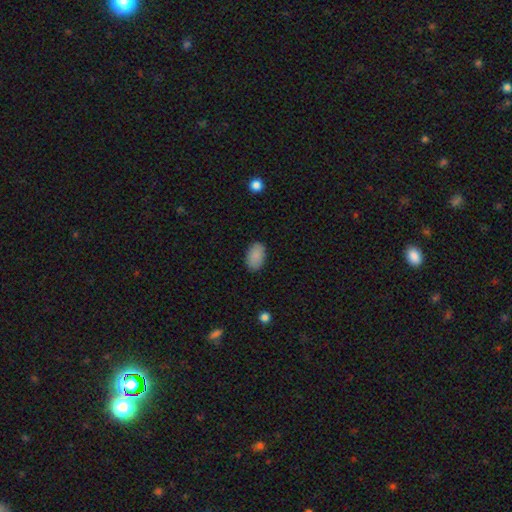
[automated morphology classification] smooth-or-featured: smooth: 89% | star or artifact: 7% | featured or disk: 4%
  how-rounded: in between: 93% | round: 6% | cigar-shaped: 1%
  merging: none: 87% | minor disturbance: 10% | major disturbance: 2% | merger: 1%